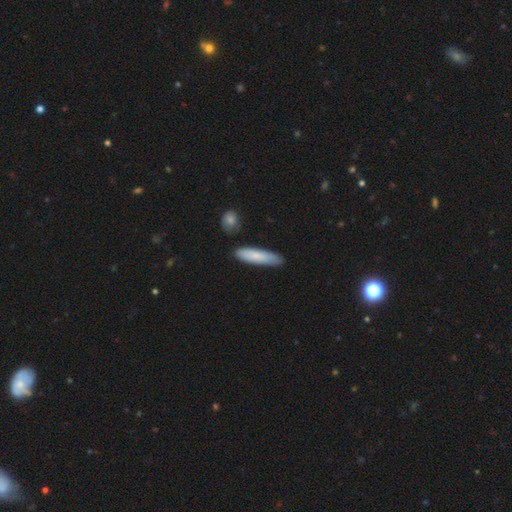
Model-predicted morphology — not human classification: Q: Smooth or featured?
A: smooth (78%); runner-up: featured or disk (17%)
Q: How rounded?
A: cigar-shaped (76%); runner-up: in between (22%)
Q: Merging?
A: none (79%); runner-up: minor disturbance (15%)